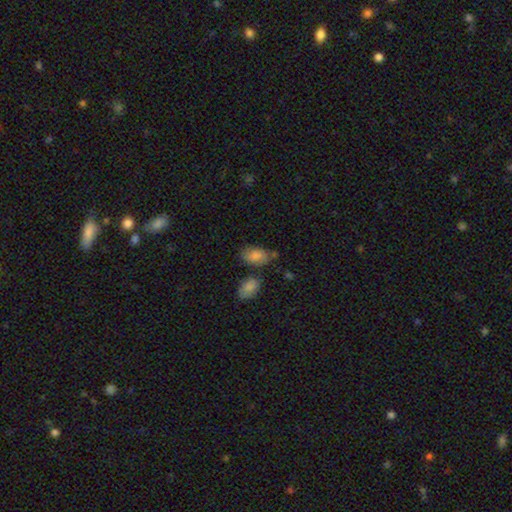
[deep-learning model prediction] smooth_or_featured: smooth (p=0.77) [alt: featured or disk p=0.14]
how_rounded: in between (p=0.90) [alt: round p=0.08]
merging: none (p=0.60) [alt: minor disturbance p=0.20]